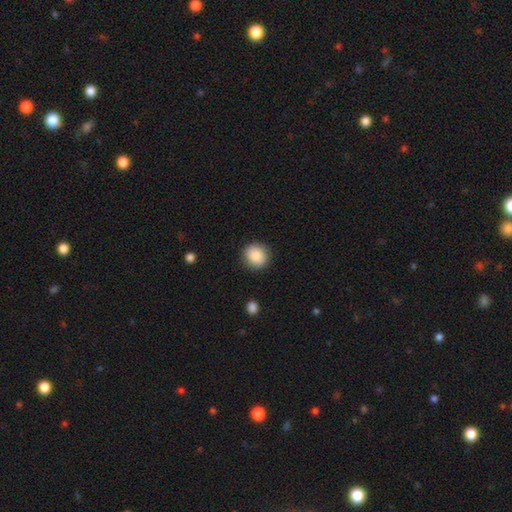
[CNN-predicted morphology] Q: Smooth or featured?
A: smooth (86%); runner-up: star or artifact (8%)
Q: How rounded?
A: round (90%); runner-up: in between (9%)
Q: Merging?
A: none (89%); runner-up: minor disturbance (7%)